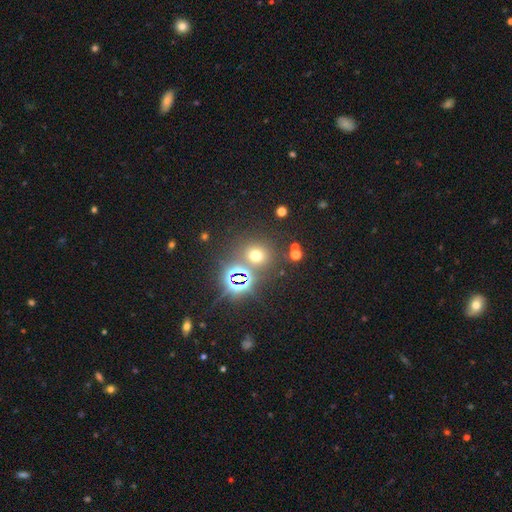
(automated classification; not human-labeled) Smooth or featured: smooth — 53% (star or artifact — 38%)
How rounded: round — 84% (in between — 15%)
Merging: none — 75% (merger — 12%)